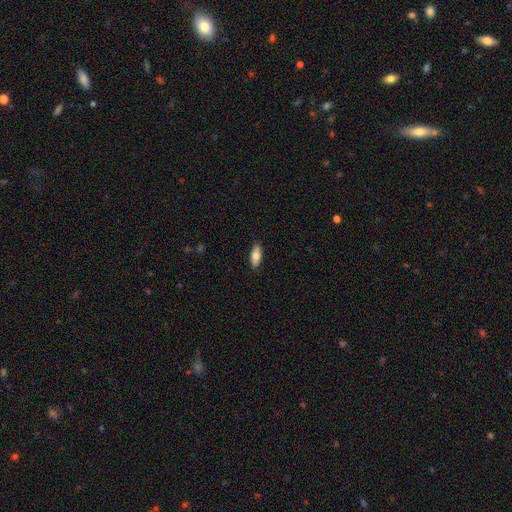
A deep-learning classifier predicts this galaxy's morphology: Overall: smooth (77%). How rounded: in between (77%). Merging: none (89%).